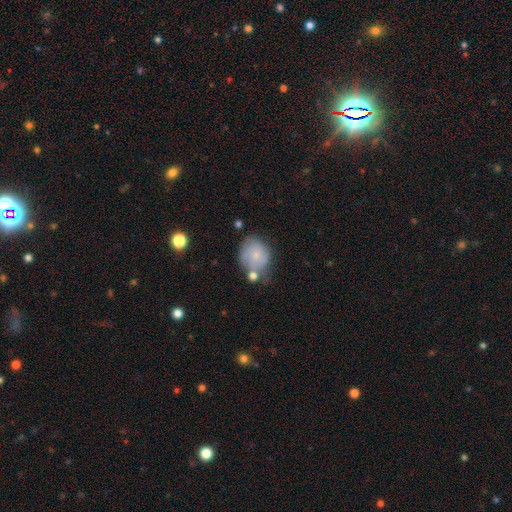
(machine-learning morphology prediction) A smooth galaxy with no disk features (61%) that is round (60%). Merging: none (41%).